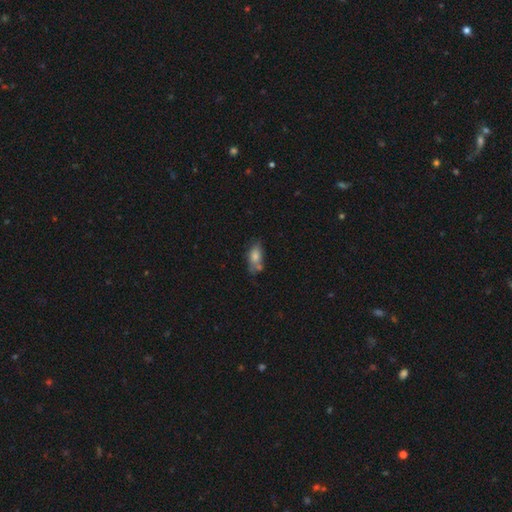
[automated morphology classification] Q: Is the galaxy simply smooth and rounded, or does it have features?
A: smooth — 67%.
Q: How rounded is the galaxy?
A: in between — 81%.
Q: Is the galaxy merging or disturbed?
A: none — 54%.